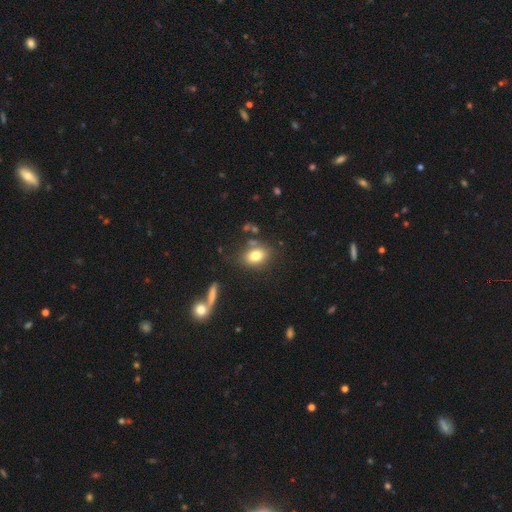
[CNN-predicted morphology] Smooth or featured? smooth (78%)
How rounded? in between (64%)
Merging? none (76%)